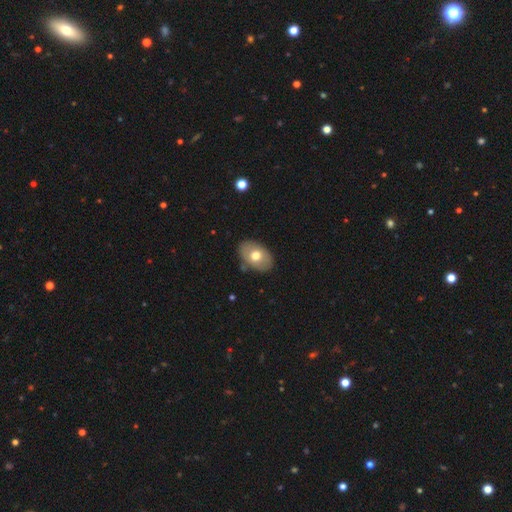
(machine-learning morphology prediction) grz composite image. It shows a smooth galaxy with no disk features (64%) that is in between round and cigar-shaped (84%). Merging: none (83%).